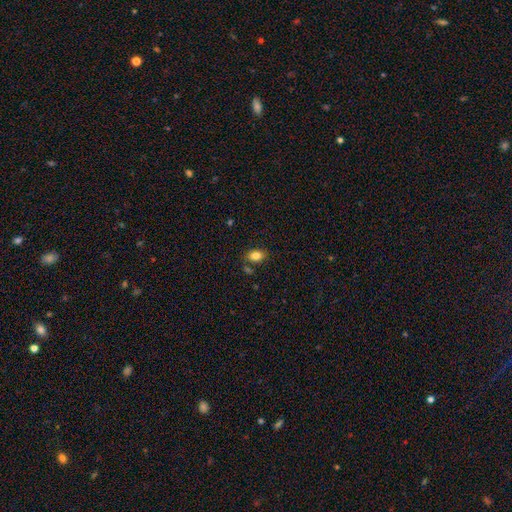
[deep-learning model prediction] smooth_or_featured: smooth (p=0.83) [alt: star or artifact p=0.10]
how_rounded: in between (p=0.84) [alt: round p=0.15]
merging: none (p=0.76) [alt: minor disturbance p=0.13]